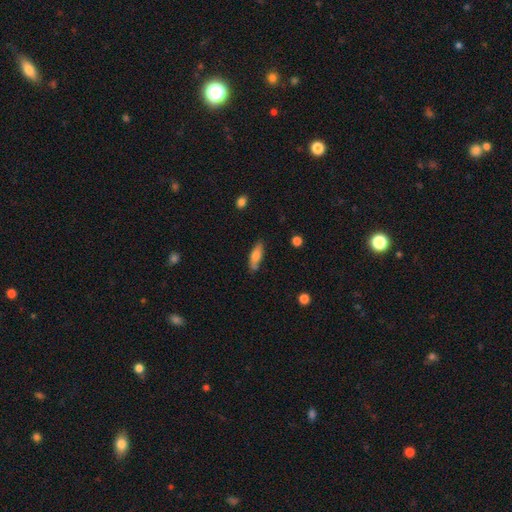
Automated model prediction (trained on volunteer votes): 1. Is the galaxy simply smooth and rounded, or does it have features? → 72% smooth, 21% featured or disk, 7% star or artifact.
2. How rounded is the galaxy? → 58% in between, 40% cigar-shaped, 2% round.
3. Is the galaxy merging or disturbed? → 74% none, 19% minor disturbance, 4% major disturbance, 3% merger.